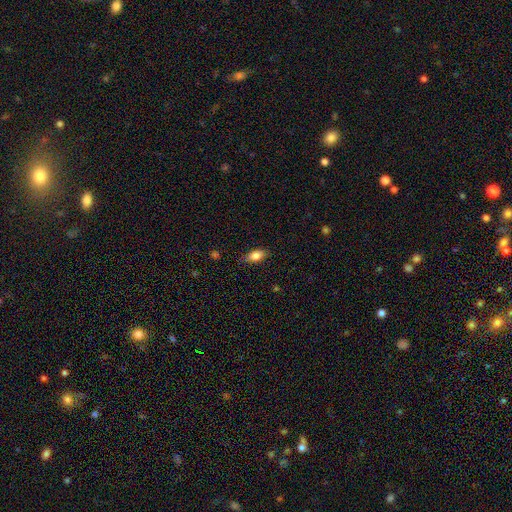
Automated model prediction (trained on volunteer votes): Q: Smooth or featured?
A: smooth (82%); runner-up: featured or disk (11%)
Q: How rounded?
A: in between (85%); runner-up: cigar-shaped (11%)
Q: Merging?
A: none (84%); runner-up: minor disturbance (13%)